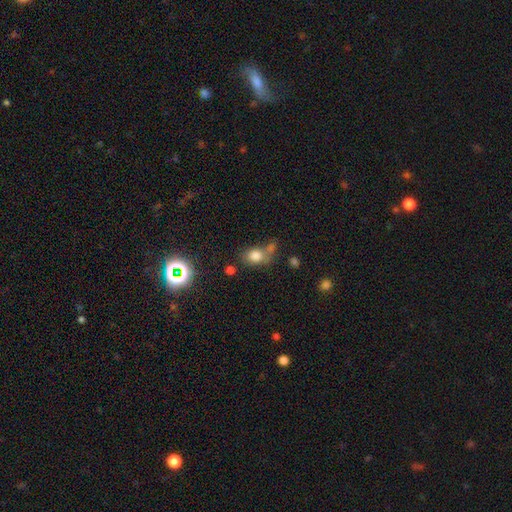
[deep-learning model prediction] Smooth or featured? Predicted: smooth (p=0.77). How rounded? Predicted: in between (p=0.59). Merging? Predicted: none (p=0.50).